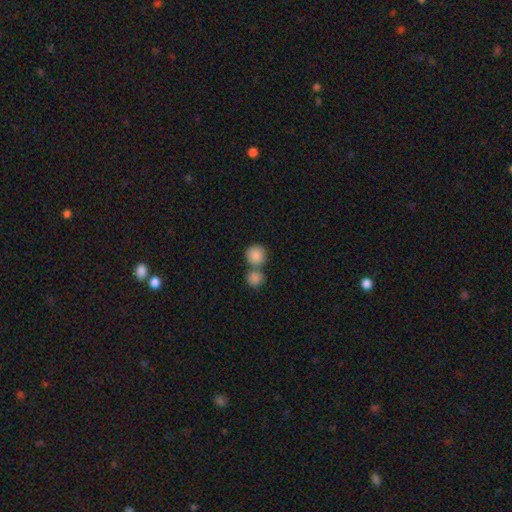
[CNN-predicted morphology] Q: Smooth or featured?
A: smooth (87%); runner-up: star or artifact (7%)
Q: How rounded?
A: round (90%); runner-up: in between (9%)
Q: Merging?
A: none (46%); runner-up: merger (45%)